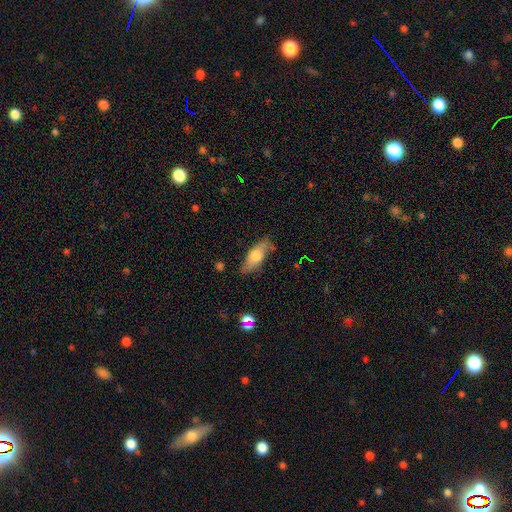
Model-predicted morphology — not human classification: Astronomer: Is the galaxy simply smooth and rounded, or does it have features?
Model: smooth — 62%.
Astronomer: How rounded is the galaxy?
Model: in between — 70%.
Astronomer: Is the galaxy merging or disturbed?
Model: none — 75%.